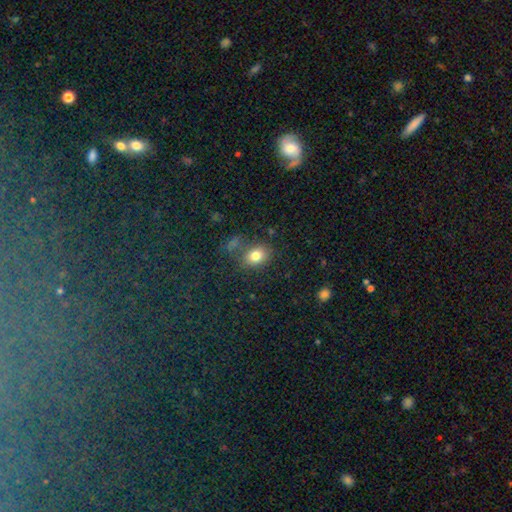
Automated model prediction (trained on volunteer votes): The model was most divided on "how rounded": in between: 52%, round: 47%, cigar-shaped: 1%. More confident: smooth or featured — smooth (78%); merging — none (71%).